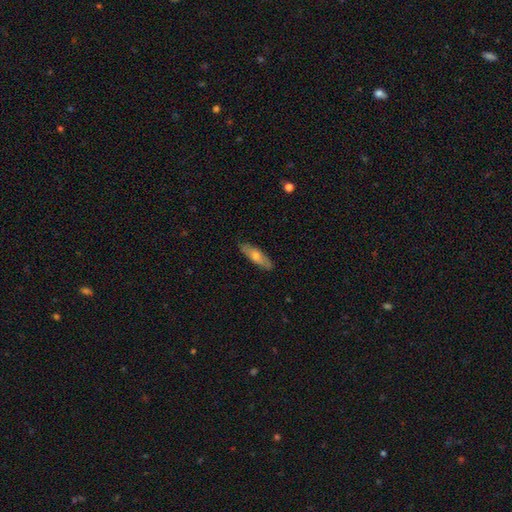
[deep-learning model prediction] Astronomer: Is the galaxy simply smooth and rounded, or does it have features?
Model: smooth — 51% (runner-up: featured or disk, 42%).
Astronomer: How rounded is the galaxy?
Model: cigar-shaped — 60% (runner-up: in between, 38%).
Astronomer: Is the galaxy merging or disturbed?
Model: none — 86%.